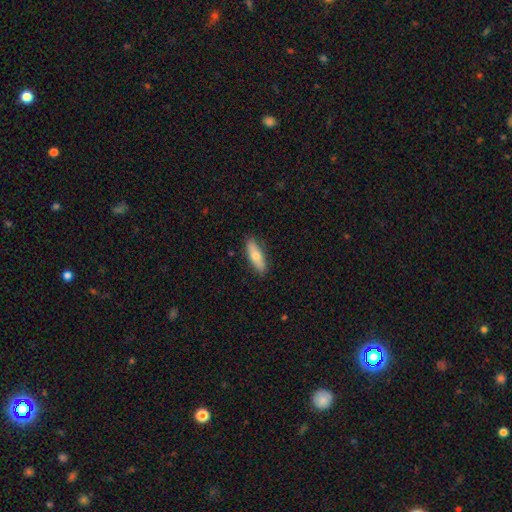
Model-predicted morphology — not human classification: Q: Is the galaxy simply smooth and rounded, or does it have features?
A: smooth — 71%.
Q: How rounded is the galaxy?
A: cigar-shaped — 51%.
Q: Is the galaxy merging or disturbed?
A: none — 87%.